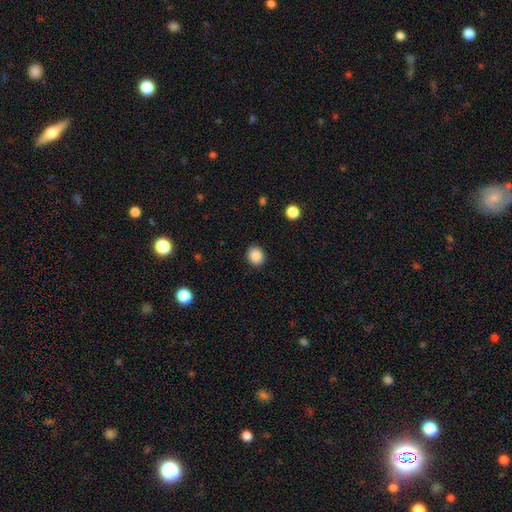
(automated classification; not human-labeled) smooth_or_featured: smooth (p=0.87) [alt: star or artifact p=0.09]
how_rounded: round (p=0.72) [alt: in between p=0.27]
merging: none (p=0.91) [alt: minor disturbance p=0.06]